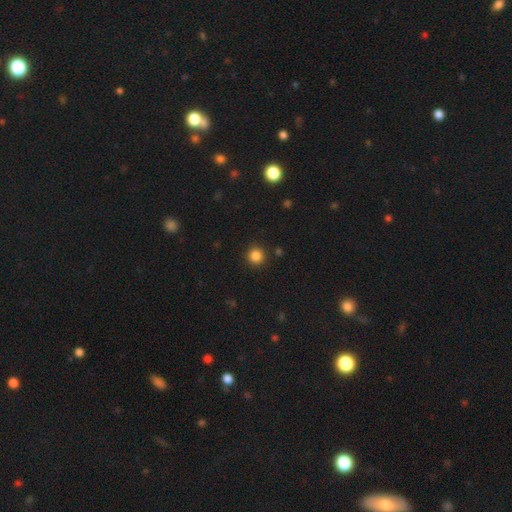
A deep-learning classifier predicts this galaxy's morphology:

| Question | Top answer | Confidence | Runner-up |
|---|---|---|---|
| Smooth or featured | smooth | 84% | star or artifact (12%) |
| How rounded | round | 95% | in between (4%) |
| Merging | none | 91% | minor disturbance (5%) |